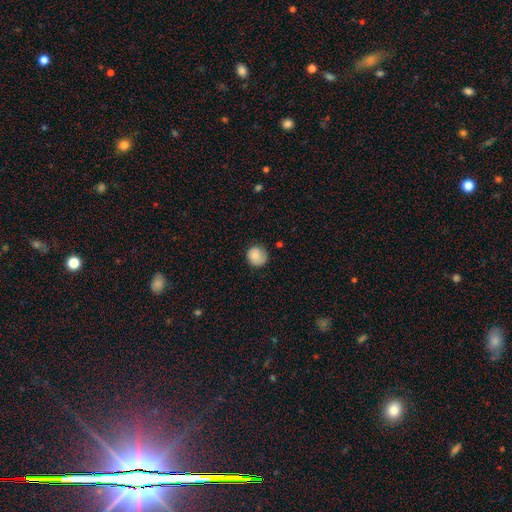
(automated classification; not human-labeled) This appears to be a smooth galaxy with no disk features (83%) that is round (89%). Merging: none (76%).